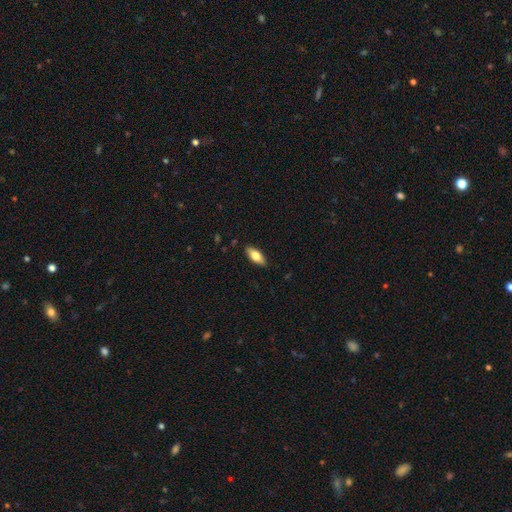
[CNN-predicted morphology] smooth_or_featured: smooth (p=0.72) [alt: featured or disk p=0.22]
how_rounded: in between (p=0.82) [alt: cigar-shaped p=0.16]
merging: none (p=0.88) [alt: minor disturbance p=0.10]